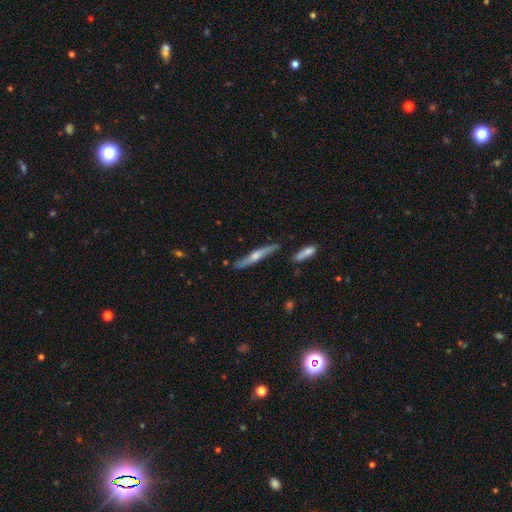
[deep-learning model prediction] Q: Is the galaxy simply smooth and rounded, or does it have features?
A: featured or disk — 65%.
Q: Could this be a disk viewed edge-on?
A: yes — 94%.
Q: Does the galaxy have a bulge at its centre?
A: rounded — 85%.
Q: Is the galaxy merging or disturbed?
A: none — 81%.